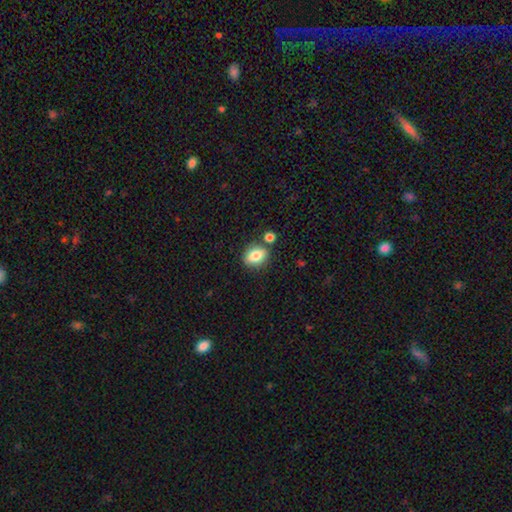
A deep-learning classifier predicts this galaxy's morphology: Smooth or featured: smooth — 78% (featured or disk — 13%)
How rounded: in between — 61% (round — 37%)
Merging: none — 75% (minor disturbance — 11%)